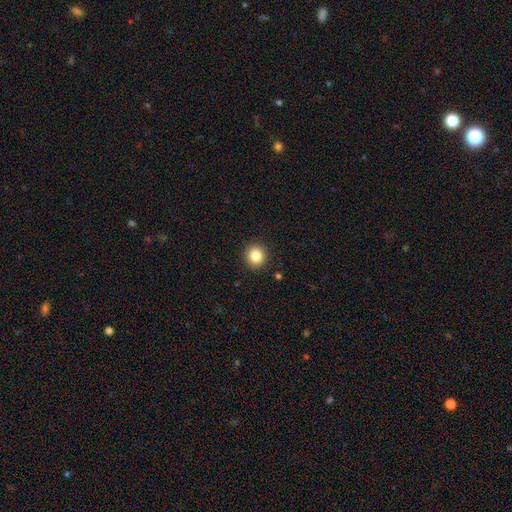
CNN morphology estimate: smooth 84%, star or artifact 11%, featured or disk 5%. Down the decision tree: how rounded — round (91%); merging — none (91%).